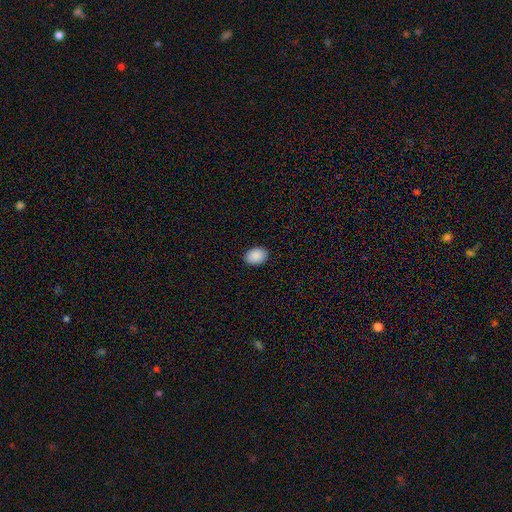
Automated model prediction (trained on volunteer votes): Smooth or featured: smooth — 90% (star or artifact — 7%)
How rounded: in between — 76% (round — 24%)
Merging: none — 90% (minor disturbance — 7%)